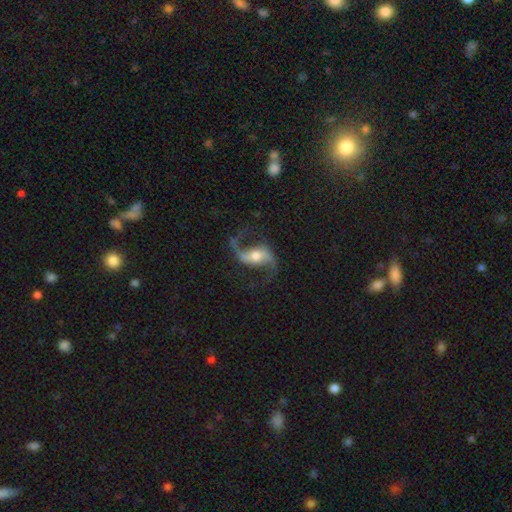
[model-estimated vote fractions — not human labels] smooth_or_featured: featured or disk (p=0.90) [alt: smooth p=0.05]
disk_edge_on: no (p=0.97) [alt: yes p=0.03]
bar: weak (p=0.39) [alt: strong p=0.32]
has_spiral_arms: yes (p=0.97) [alt: no p=0.03]
spiral_winding: loose (p=0.73) [alt: medium p=0.23]
spiral_arm_count: 2 (p=0.94) [alt: 1 p=0.02]
bulge_size: moderate (p=0.63) [alt: small p=0.20]
merging: none (p=0.76) [alt: minor disturbance p=0.12]